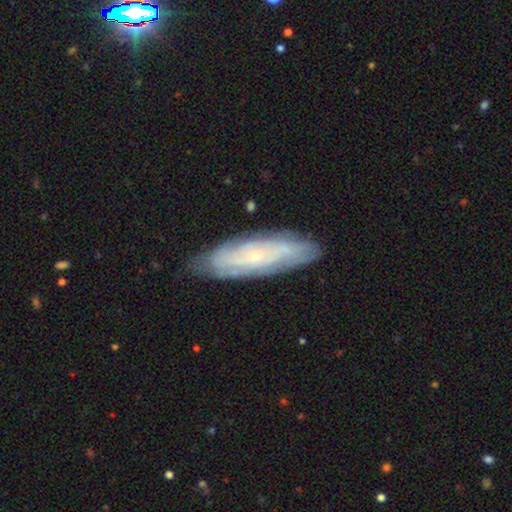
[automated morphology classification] type=featured or disk (70%); edge-on=no (79%); bar=no (77%); spiral arms=yes (84%); bulge=small (84%); merging=none (81%).